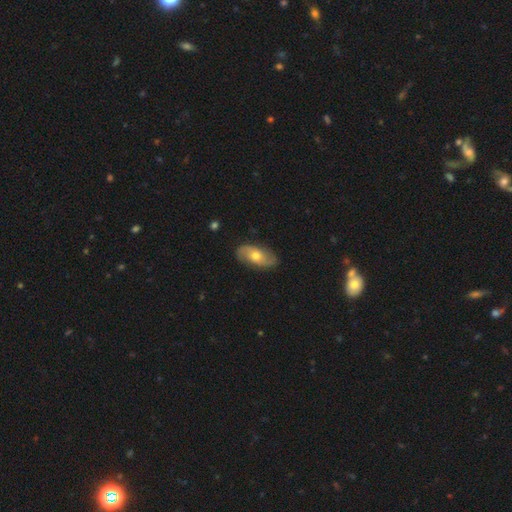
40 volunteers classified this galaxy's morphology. smooth_or_featured: featured or disk (p=0.68) [alt: smooth p=0.30]
disk_edge_on: no (p=0.81) [alt: yes p=0.19]
bar: no (p=0.82) [alt: strong p=0.09]
has_spiral_arms: yes (p=0.91) [alt: no p=0.09]
spiral_winding: loose (p=0.45) [alt: medium p=0.35]
spiral_arm_count: 2 (p=0.90) [alt: more than 4 p=0.05]
bulge_size: moderate (p=0.77) [alt: small p=0.18]
merging: none (p=0.92) [alt: minor disturbance p=0.08]